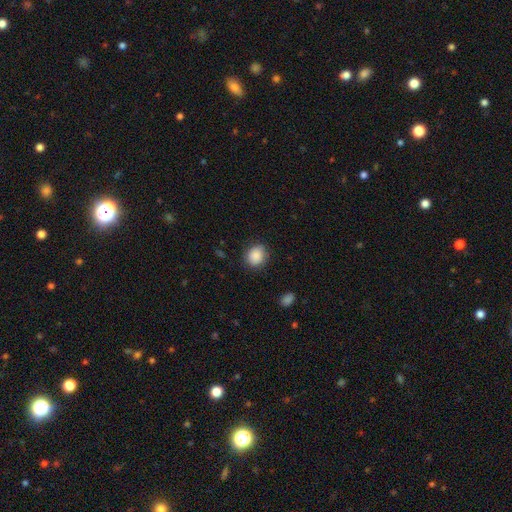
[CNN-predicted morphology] This is clearly a smooth galaxy (88%). How rounded: likely round (68%). Merging: clearly none (84%).